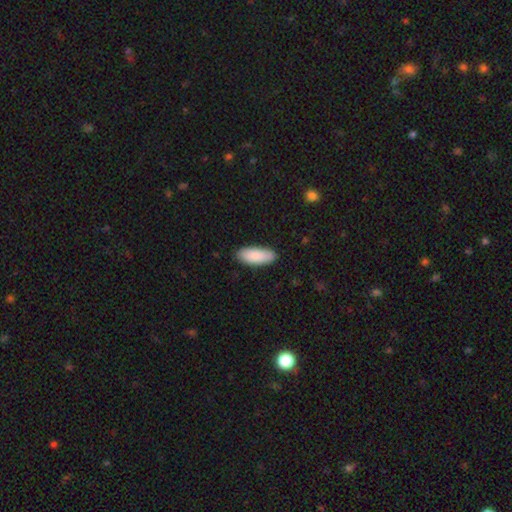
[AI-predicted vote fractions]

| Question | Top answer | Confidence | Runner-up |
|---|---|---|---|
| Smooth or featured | smooth | 89% | featured or disk (5%) |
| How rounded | in between | 80% | cigar-shaped (19%) |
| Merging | none | 87% | minor disturbance (10%) |